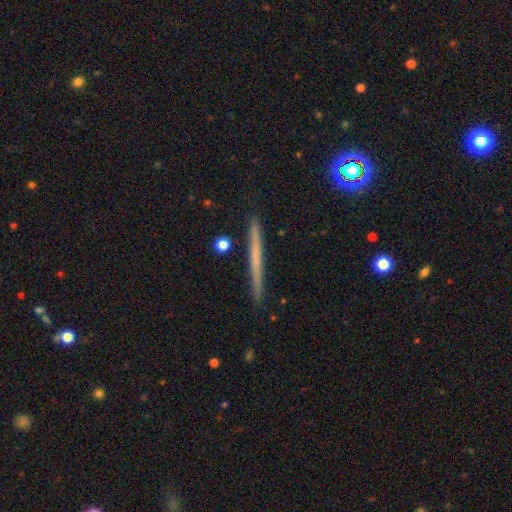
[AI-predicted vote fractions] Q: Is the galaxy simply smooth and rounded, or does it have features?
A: smooth — 48%.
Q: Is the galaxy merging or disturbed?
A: none — 92%.